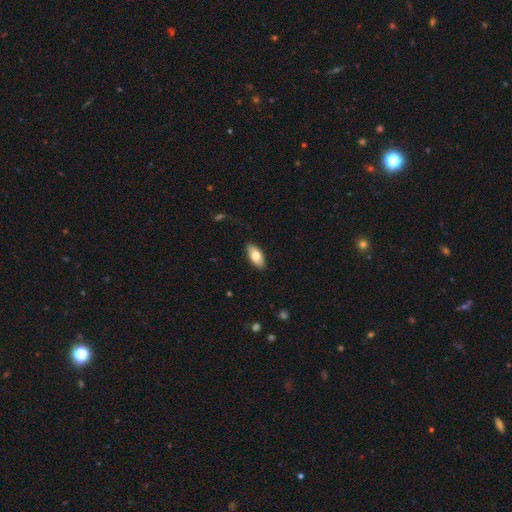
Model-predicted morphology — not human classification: smooth 76%, featured or disk 18%, star or artifact 6%. Down the decision tree: how rounded — in between (89%); merging — none (88%).